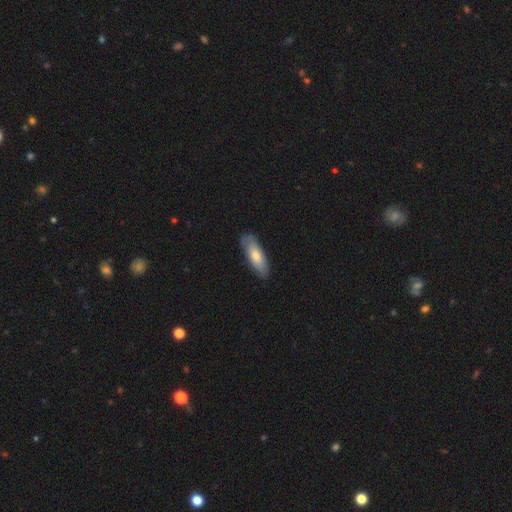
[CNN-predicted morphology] A smooth galaxy with no disk features (60%) that is in between round and cigar-shaped (56%). Merging: none (82%).